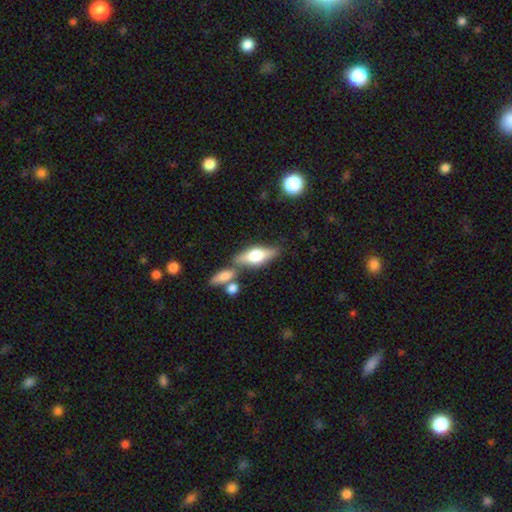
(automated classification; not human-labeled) A featured or disk galaxy (50%). Merging: none (65%).